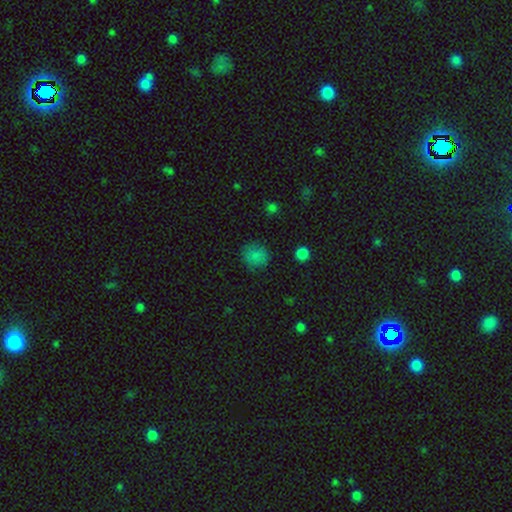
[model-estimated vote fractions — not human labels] Smooth or featured?
  - smooth: 82% *
  - star or artifact: 13%
  - featured or disk: 6%
How rounded?
  - round: 86% *
  - in between: 13%
  - cigar-shaped: 1%
Merging?
  - none: 82% *
  - minor disturbance: 13%
  - major disturbance: 4%
  - merger: 1%